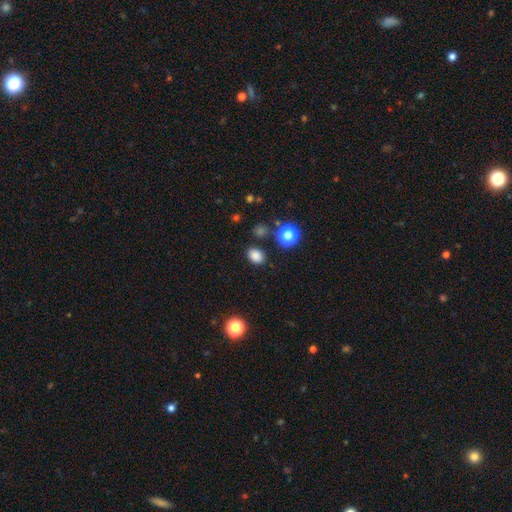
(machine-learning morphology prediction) Overall: smooth (83%). How rounded: in between (64%; round 35%). Merging: none (84%).